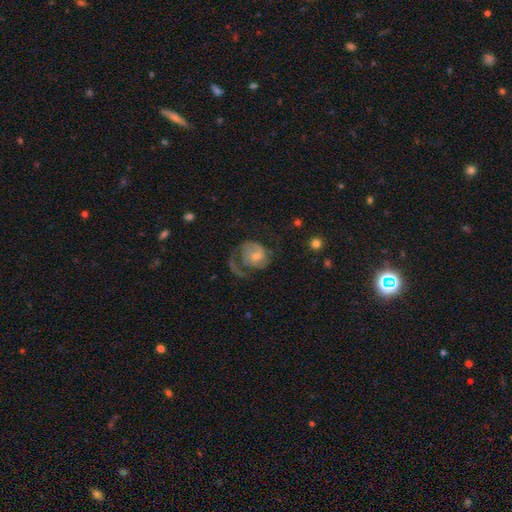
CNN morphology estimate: smooth-or-featured: featured or disk: 63% | smooth: 30% | star or artifact: 7%
  disk-edge-on: no: 98% | yes: 2%
    bar: no: 67% | weak: 29% | strong: 4%
    has-spiral-arms: yes: 81% | no: 19%
      spiral-winding: medium: 37% | loose: 35% | tight: 27%
      spiral-arm-count: 1: 61% | 2: 23% | can't tell: 11% | 3: 2% | 4: 1% | more than 4: 1%
    bulge-size: moderate: 46% | small: 40% | none: 6% | large: 6% | dominant: 2%
  merging: major disturbance: 51% | none: 29% | minor disturbance: 17% | merger: 3%